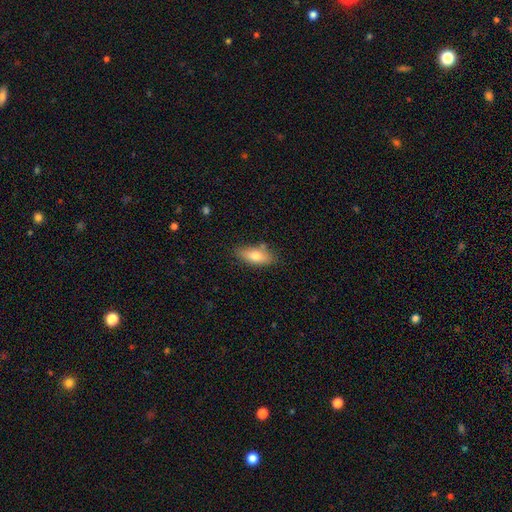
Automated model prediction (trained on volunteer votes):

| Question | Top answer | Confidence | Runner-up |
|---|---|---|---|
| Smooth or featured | smooth | 73% | featured or disk (20%) |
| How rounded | in between | 77% | cigar-shaped (20%) |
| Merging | none | 78% | minor disturbance (15%) |